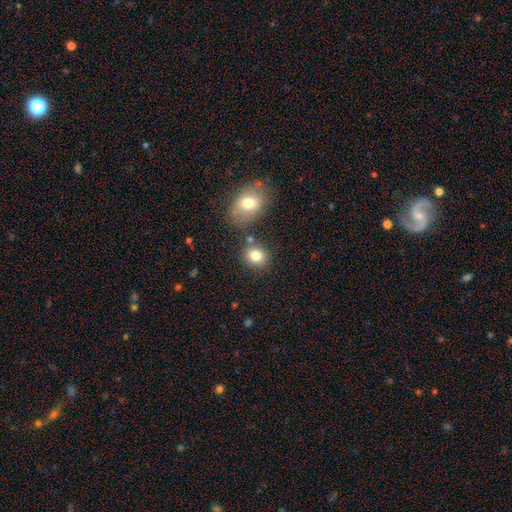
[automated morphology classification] type=smooth (81%); roundness=round (72%); merging=none (75%).